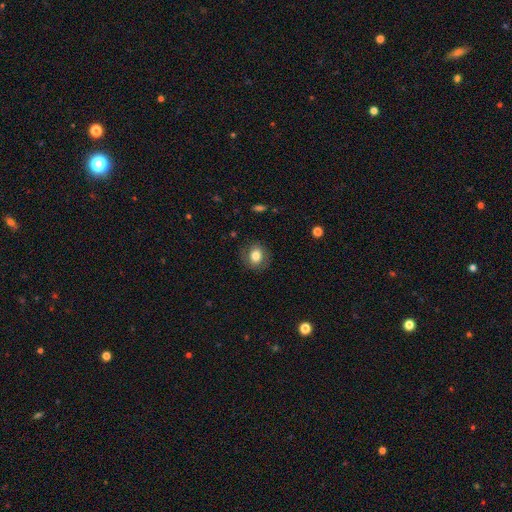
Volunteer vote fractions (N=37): A smooth galaxy with no disk features (86%) that is round (72%).

Vote fractions:
- Smooth or featured? smooth: 86% / featured or disk: 8% / star or artifact: 5%
- How rounded? round: 72% / in between: 28% / cigar-shaped: 0%
- Merging? none: 86% / major disturbance: 9% / minor disturbance: 6% / merger: 0%